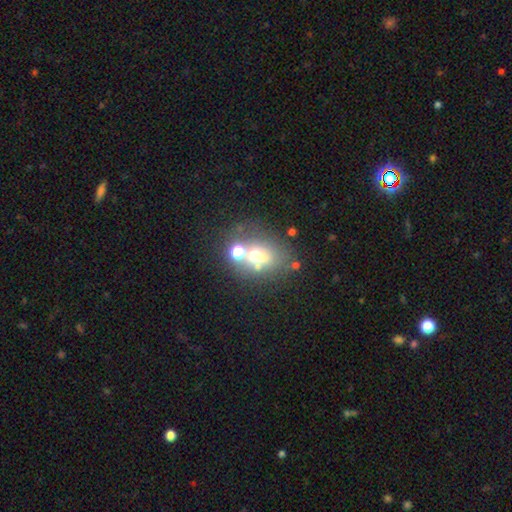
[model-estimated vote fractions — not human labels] smooth_or_featured: smooth (p=0.51) [alt: featured or disk p=0.26]
how_rounded: round (p=0.54) [alt: in between p=0.45]
merging: none (p=0.51) [alt: merger p=0.29]